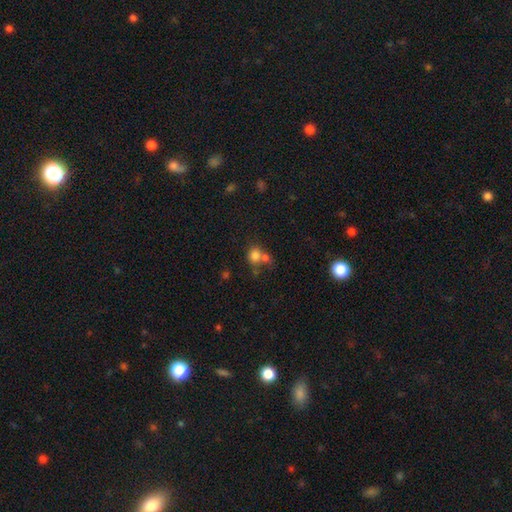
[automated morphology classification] type=smooth (78%); roundness=round (78%); merging=merger (46%).